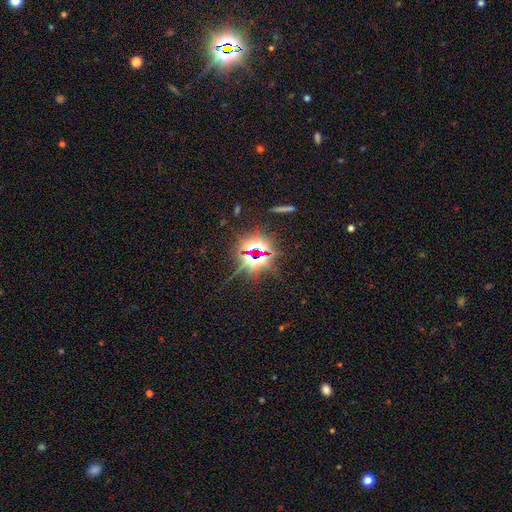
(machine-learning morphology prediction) Smooth or featured: star or artifact — 81% (smooth — 11%)